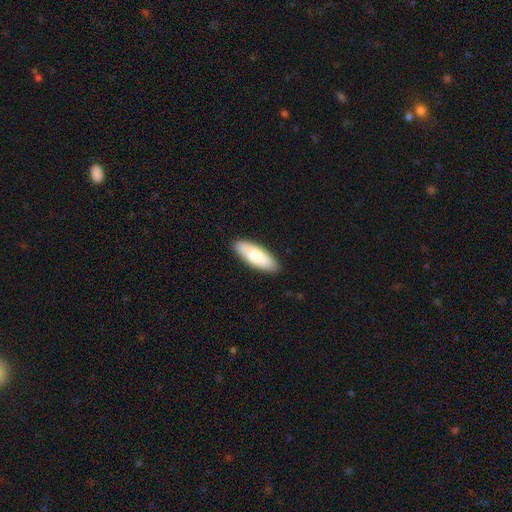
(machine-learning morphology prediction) type=smooth (78%); roundness=in between (65%); merging=none (88%).